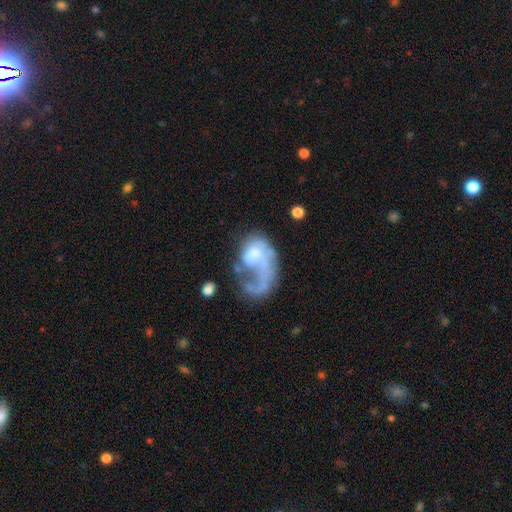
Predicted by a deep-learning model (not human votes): featured or disk 64%, smooth 28%, star or artifact 8%. Down the decision tree: edge-on disk — no (97%); bar — no (75%); spiral arms — yes (62%); bulge size — moderate (36%); merging — major disturbance (54%).